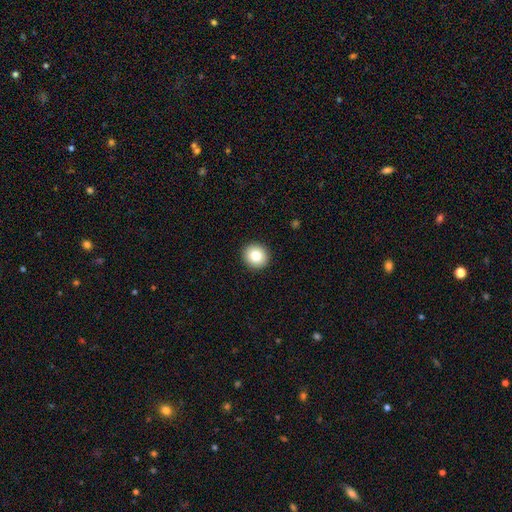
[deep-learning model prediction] smooth 82%, star or artifact 9%, featured or disk 8%. Down the decision tree: how rounded — round (91%); merging — none (93%).